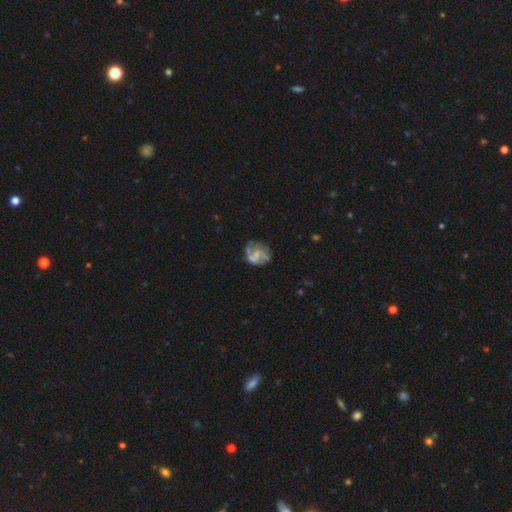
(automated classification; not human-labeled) Smooth or featured: featured or disk — 61% (smooth — 29%)
Edge-on disk: no — 98% (yes — 2%)
Bar: no — 73% (weak — 21%)
Spiral arms: no — 59% (yes — 41%)
Bulge size: none — 40% (small — 32%)
Merging: none — 50% (minor disturbance — 22%)